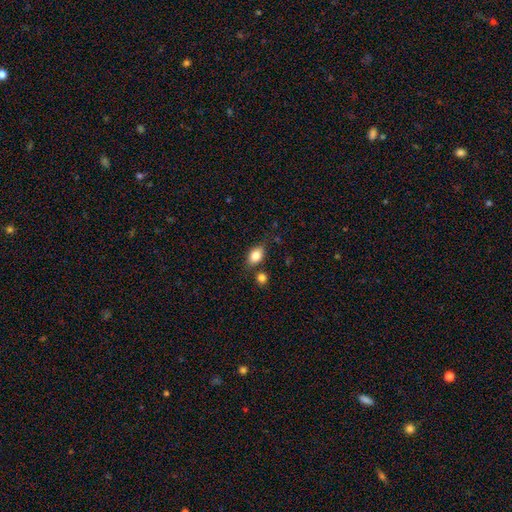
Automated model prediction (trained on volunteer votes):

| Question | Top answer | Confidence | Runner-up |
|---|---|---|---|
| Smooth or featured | smooth | 84% | star or artifact (8%) |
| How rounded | in between | 83% | round (14%) |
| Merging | none | 74% | minor disturbance (14%) |